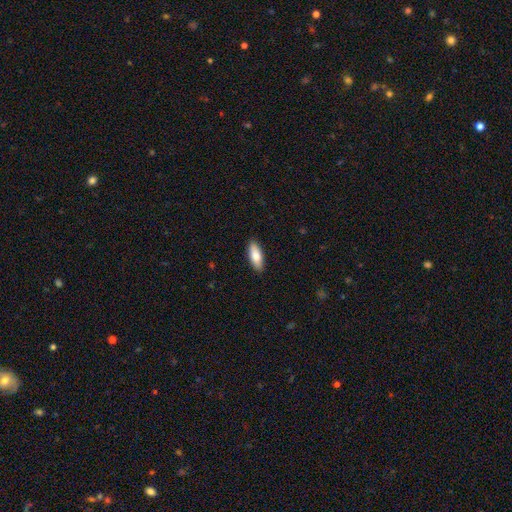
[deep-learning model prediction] Q: Smooth or featured?
A: smooth (80%); runner-up: featured or disk (14%)
Q: How rounded?
A: in between (73%); runner-up: cigar-shaped (25%)
Q: Merging?
A: none (90%); runner-up: minor disturbance (8%)